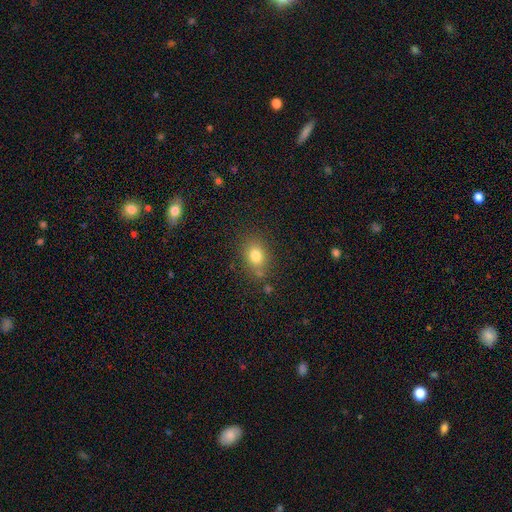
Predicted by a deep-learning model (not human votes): smooth_or_featured: smooth (p=0.79) [alt: star or artifact p=0.12]
how_rounded: in between (p=0.55) [alt: round p=0.43]
merging: none (p=0.76) [alt: minor disturbance p=0.14]